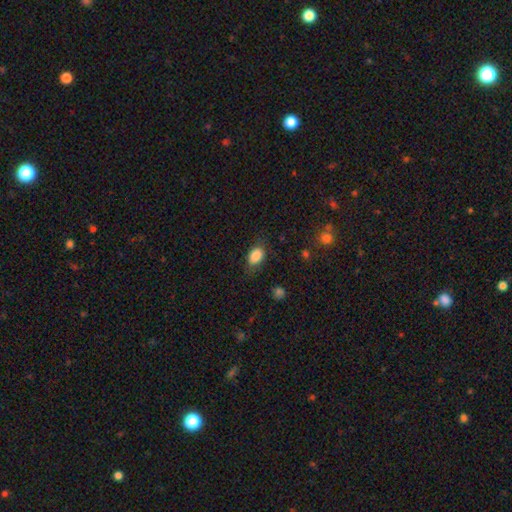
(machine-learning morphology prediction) Smooth or featured? Predicted: smooth (p=0.86). How rounded? Predicted: in between (p=0.86). Merging? Predicted: none (p=0.76).